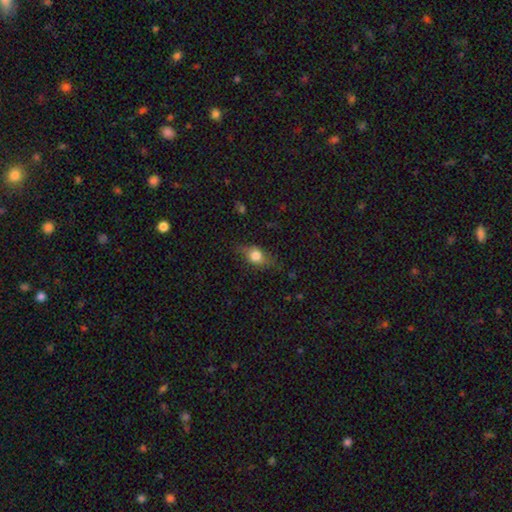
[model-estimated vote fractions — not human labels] Q: Smooth or featured?
A: smooth (71%); runner-up: featured or disk (19%)
Q: How rounded?
A: in between (66%); runner-up: round (27%)
Q: Merging?
A: none (68%); runner-up: minor disturbance (23%)